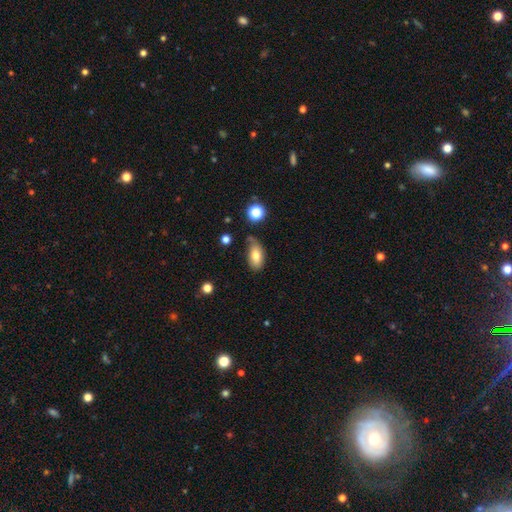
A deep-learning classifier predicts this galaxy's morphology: smooth_or_featured: smooth (p=0.75) [alt: featured or disk p=0.16]
how_rounded: in between (p=0.90) [alt: round p=0.05]
merging: none (p=0.50) [alt: minor disturbance p=0.33]